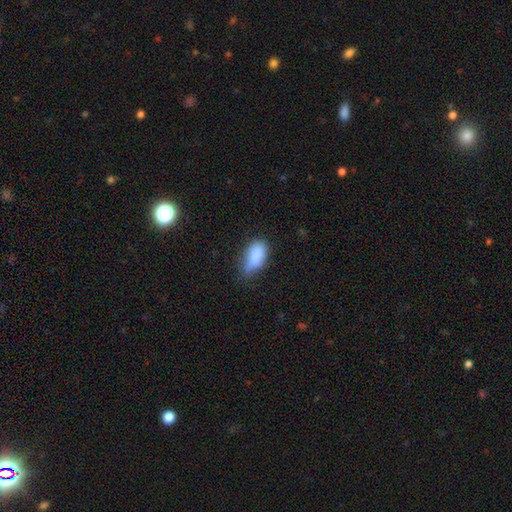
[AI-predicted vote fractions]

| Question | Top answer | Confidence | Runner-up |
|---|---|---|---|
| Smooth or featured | smooth | 83% | featured or disk (9%) |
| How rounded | in between | 89% | cigar-shaped (7%) |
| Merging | none | 45% | minor disturbance (41%) |